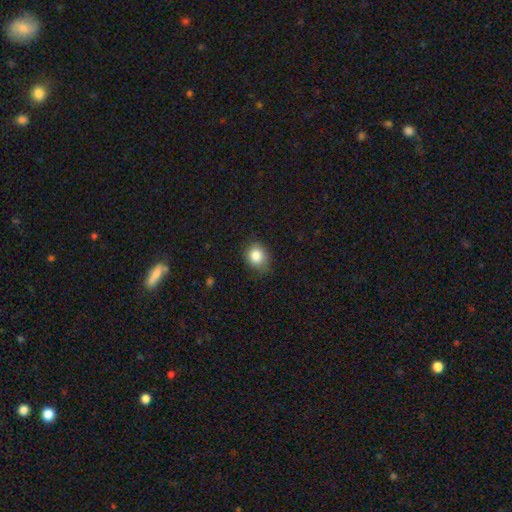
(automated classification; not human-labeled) smooth 84%, star or artifact 10%, featured or disk 6%. Down the decision tree: how rounded — round (64%); merging — none (78%).